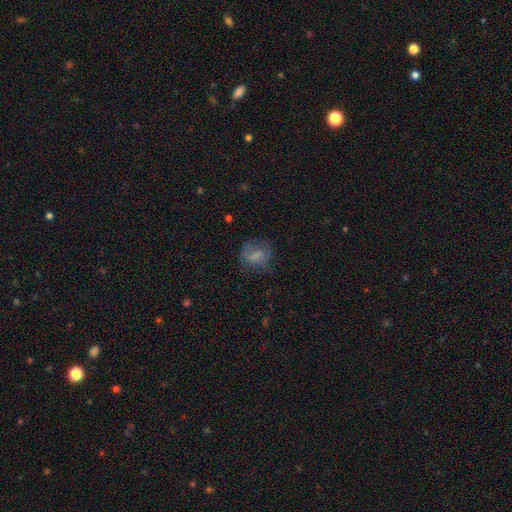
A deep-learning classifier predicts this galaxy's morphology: This is likely a smooth galaxy (65%). How rounded: likely round (61%). Merging: possibly none (58%).